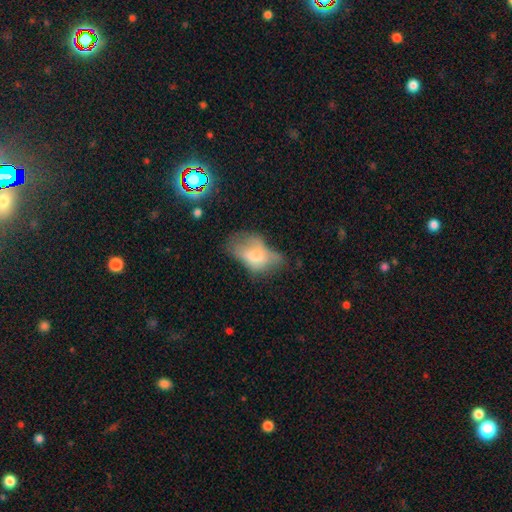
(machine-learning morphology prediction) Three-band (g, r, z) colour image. It shows a smooth galaxy with no disk features (61%) that is in between round and cigar-shaped (88%). Merging: major disturbance (39%).